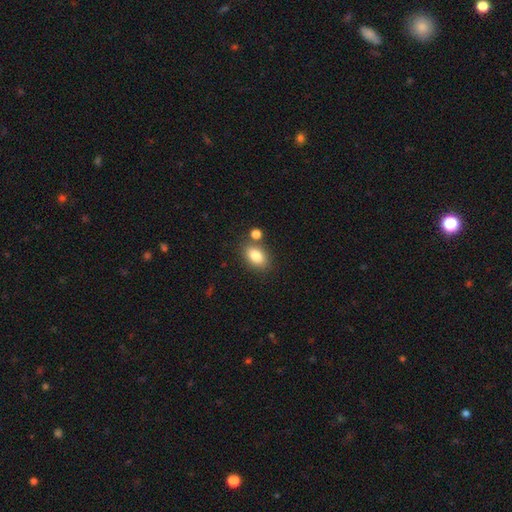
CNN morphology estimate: Smooth or featured?
  - smooth: 83% *
  - featured or disk: 8%
  - star or artifact: 8%
How rounded?
  - in between: 86% *
  - round: 12%
  - cigar-shaped: 2%
Merging?
  - none: 71% *
  - merger: 14%
  - minor disturbance: 11%
  - major disturbance: 3%